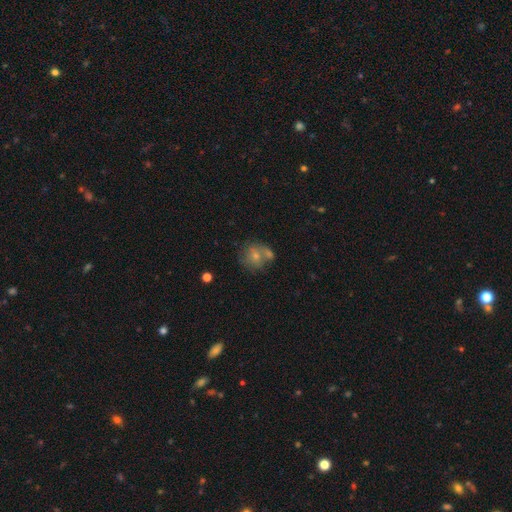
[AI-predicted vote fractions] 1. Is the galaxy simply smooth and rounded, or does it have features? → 68% smooth, 23% featured or disk, 10% star or artifact.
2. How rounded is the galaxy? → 78% round, 21% in between, 1% cigar-shaped.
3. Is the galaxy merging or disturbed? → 43% none, 37% merger, 14% minor disturbance, 6% major disturbance.